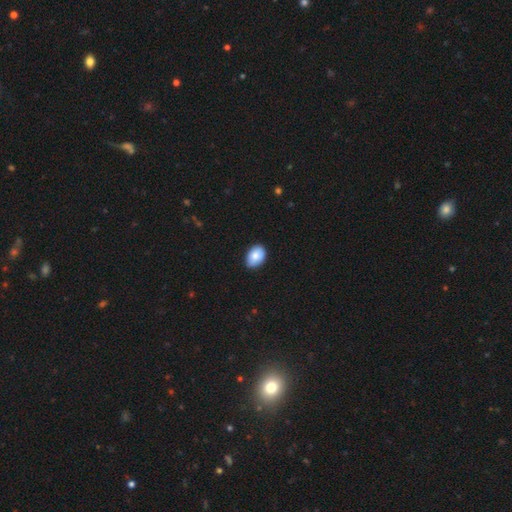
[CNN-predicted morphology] smooth_or_featured: smooth (p=0.84) [alt: featured or disk p=0.09]
how_rounded: in between (p=0.83) [alt: round p=0.16]
merging: none (p=0.84) [alt: minor disturbance p=0.14]